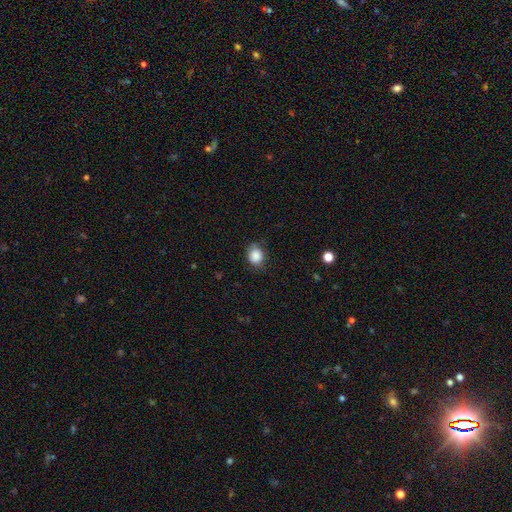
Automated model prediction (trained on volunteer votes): Q: Smooth or featured?
A: smooth (87%); runner-up: star or artifact (9%)
Q: How rounded?
A: round (63%); runner-up: in between (36%)
Q: Merging?
A: none (76%); runner-up: minor disturbance (19%)